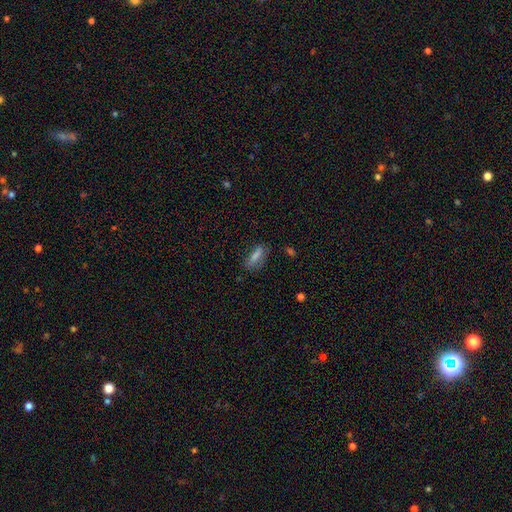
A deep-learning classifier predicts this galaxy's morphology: Smooth or featured: smooth — 62% (featured or disk — 23%)
How rounded: cigar-shaped — 51% (in between — 46%)
Merging: none — 74% (minor disturbance — 18%)